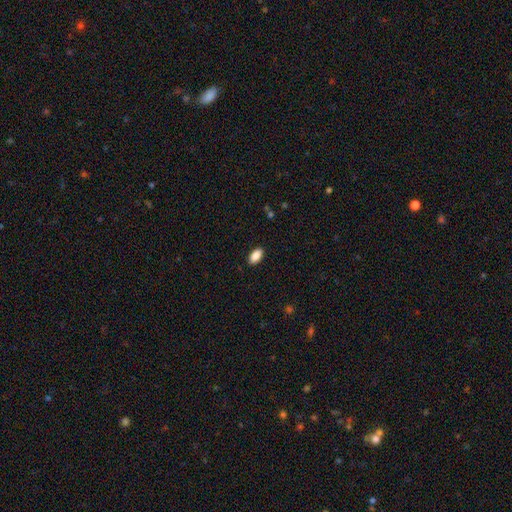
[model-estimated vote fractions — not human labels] Smooth or featured? smooth (89%)
How rounded? in between (93%)
Merging? none (89%)